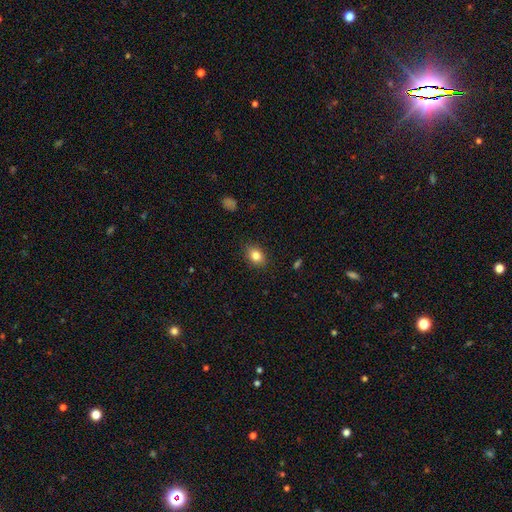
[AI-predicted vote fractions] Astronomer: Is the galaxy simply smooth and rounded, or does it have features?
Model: smooth — 83%.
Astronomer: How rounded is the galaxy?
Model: in between — 62%.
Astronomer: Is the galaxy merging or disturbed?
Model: none — 87%.